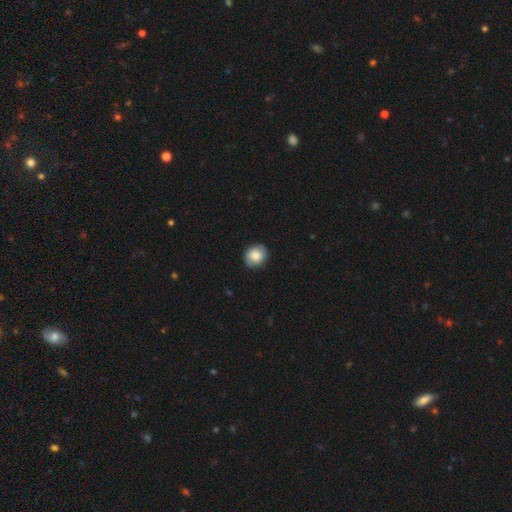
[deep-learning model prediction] Smooth or featured? smooth (82%)
How rounded? round (73%)
Merging? none (86%)